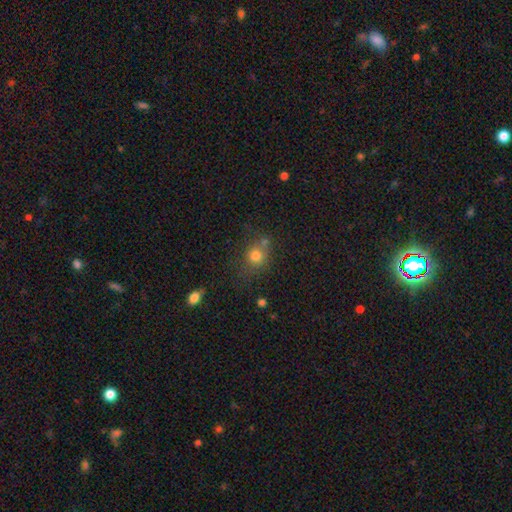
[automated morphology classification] smooth-or-featured: smooth: 77% | star or artifact: 13% | featured or disk: 10%
  how-rounded: round: 78% | in between: 21% | cigar-shaped: 1%
  merging: none: 60% | minor disturbance: 17% | merger: 16% | major disturbance: 7%